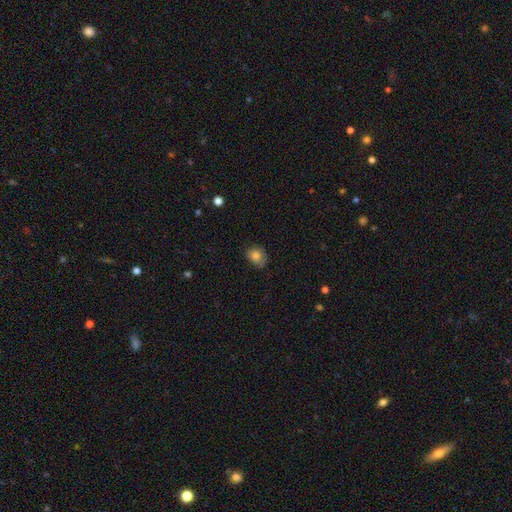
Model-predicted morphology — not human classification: type=smooth (79%); roundness=round (55%); merging=none (61%).